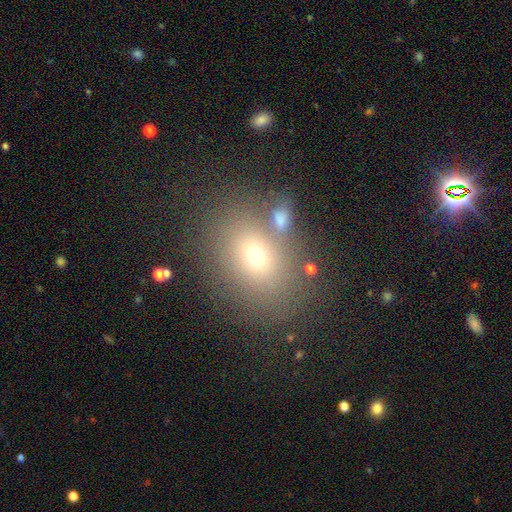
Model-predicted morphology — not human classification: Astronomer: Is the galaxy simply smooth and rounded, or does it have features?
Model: smooth — 66%.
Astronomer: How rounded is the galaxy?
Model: in between — 59% (runner-up: round, 40%).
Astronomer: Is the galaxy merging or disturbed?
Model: none — 69%.